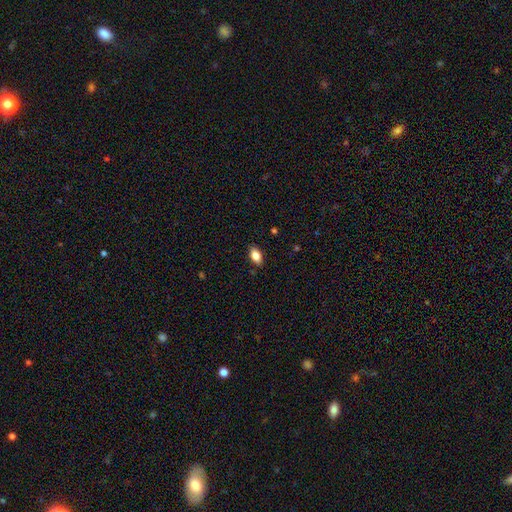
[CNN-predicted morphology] Overall: smooth (83%). How rounded: in between (90%). Merging: none (86%).